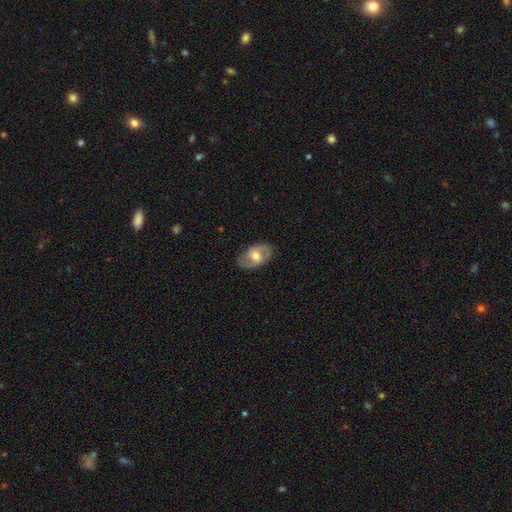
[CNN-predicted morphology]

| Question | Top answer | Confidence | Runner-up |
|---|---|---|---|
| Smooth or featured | featured or disk | 66% | smooth (28%) |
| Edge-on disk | no | 94% | yes (6%) |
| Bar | no | 46% | weak (41%) |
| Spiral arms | yes | 78% | no (22%) |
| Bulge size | moderate | 69% | small (17%) |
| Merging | none | 82% | minor disturbance (13%) |